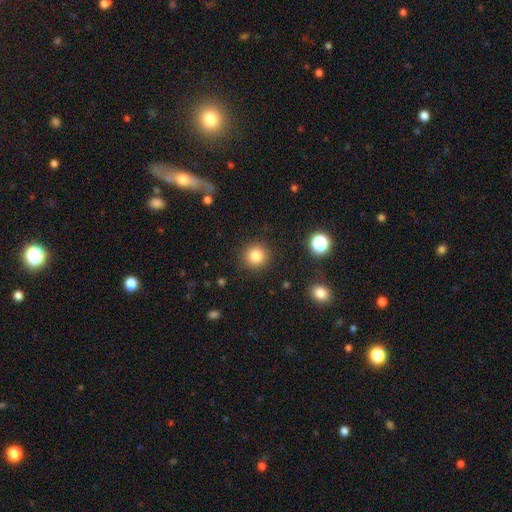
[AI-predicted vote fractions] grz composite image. It shows a smooth galaxy with no disk features (83%) that is round (92%). Merging: none (90%).